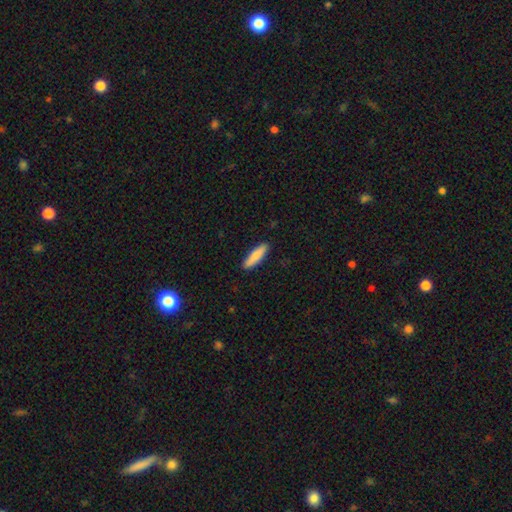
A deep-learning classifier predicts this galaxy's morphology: Smooth or featured? Predicted: smooth (p=0.82). How rounded? Predicted: cigar-shaped (p=0.71). Merging? Predicted: none (p=0.89).